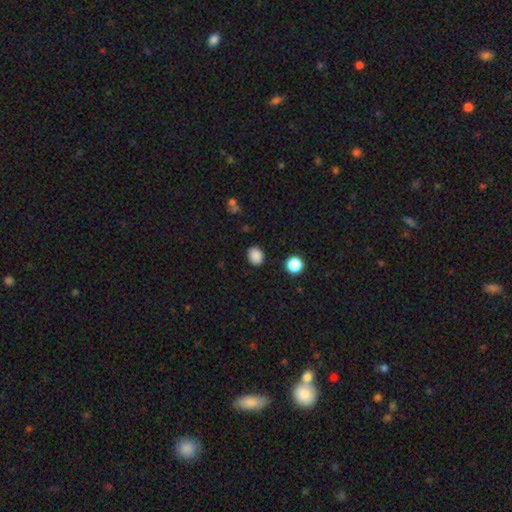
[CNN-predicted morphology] smooth-or-featured: smooth: 86% | star or artifact: 10% | featured or disk: 3%
  how-rounded: round: 55% | in between: 44% | cigar-shaped: 1%
  merging: none: 87% | minor disturbance: 9% | major disturbance: 2% | merger: 2%